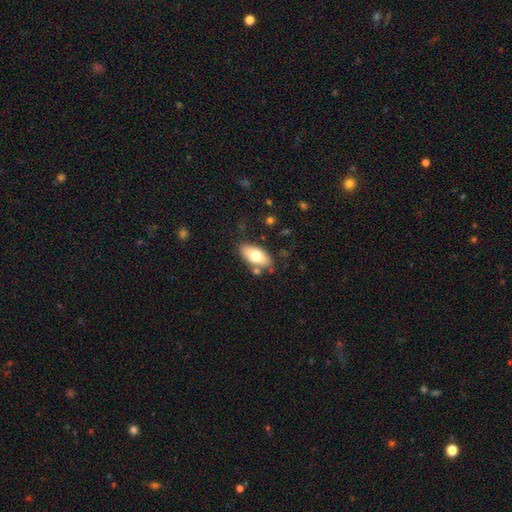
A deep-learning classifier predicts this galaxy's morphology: This appears to be a smooth galaxy with no disk features (72%) that is in between round and cigar-shaped (91%). Merging: none (79%).